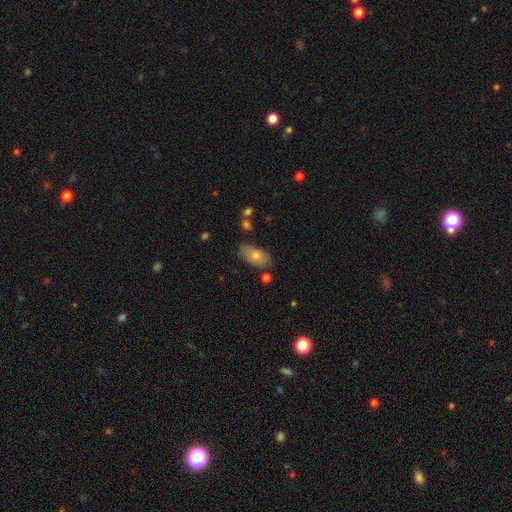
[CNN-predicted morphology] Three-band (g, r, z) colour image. It shows a smooth galaxy with no disk features (79%) that is in between round and cigar-shaped (92%). Merging: none (70%).